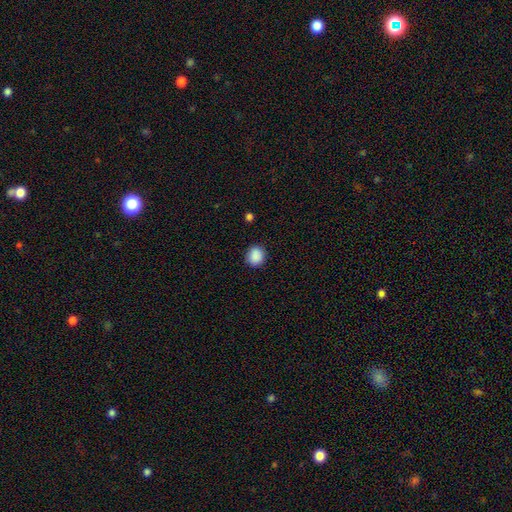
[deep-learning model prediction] smooth_or_featured: smooth (p=0.89) [alt: star or artifact p=0.08]
how_rounded: round (p=0.78) [alt: in between p=0.21]
merging: none (p=0.87) [alt: minor disturbance p=0.09]